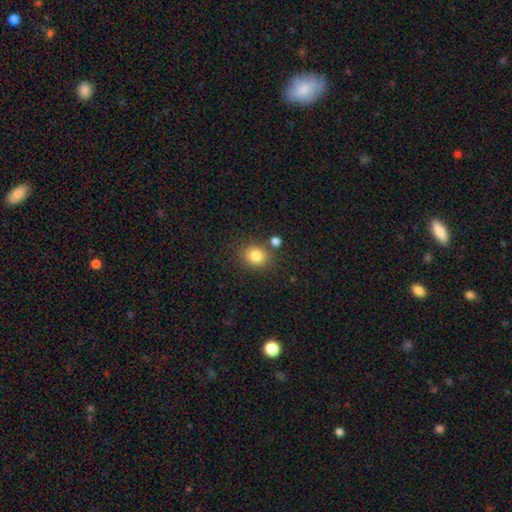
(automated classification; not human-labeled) Morphology: type=smooth (83%); roundness=round (72%); merging=none (76%).